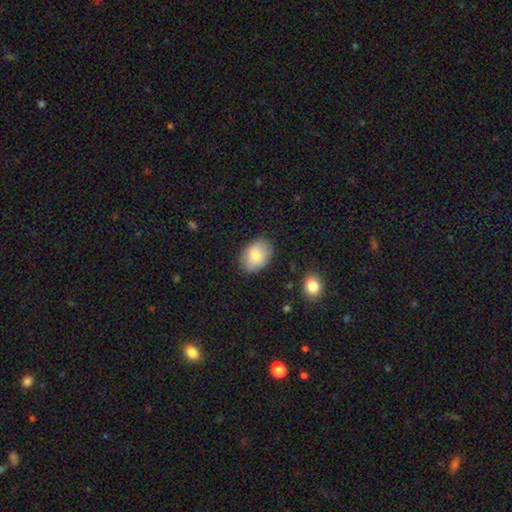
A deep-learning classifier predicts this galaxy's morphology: A smooth galaxy with no disk features (78%) that is in between round and cigar-shaped (81%).

Vote fractions:
- Smooth or featured? smooth: 78% / featured or disk: 15% / star or artifact: 7%
- How rounded? in between: 81% / round: 18% / cigar-shaped: 1%
- Merging? none: 82% / minor disturbance: 14% / major disturbance: 3% / merger: 1%